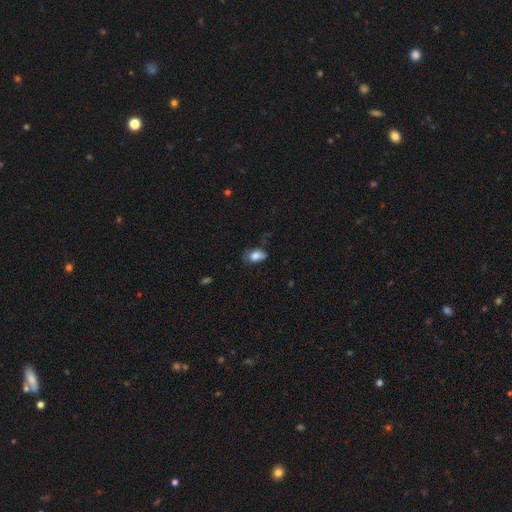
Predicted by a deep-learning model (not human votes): Overall: smooth (79%). How rounded: in between (85%). Merging: none (45%; minor disturbance 36%).